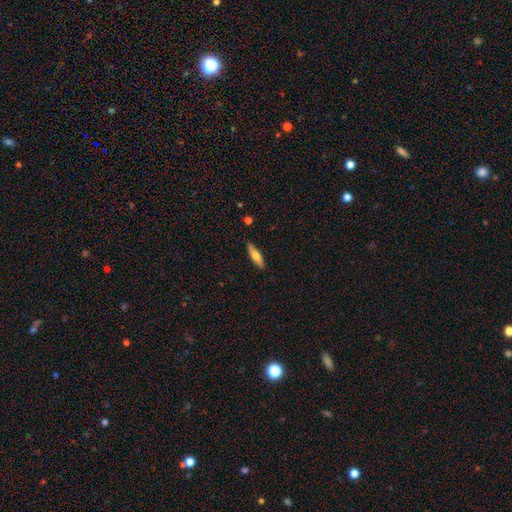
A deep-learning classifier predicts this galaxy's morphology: This appears to be a smooth galaxy with no disk features (65%) that is cigar-shaped (69%). Merging: none (88%).